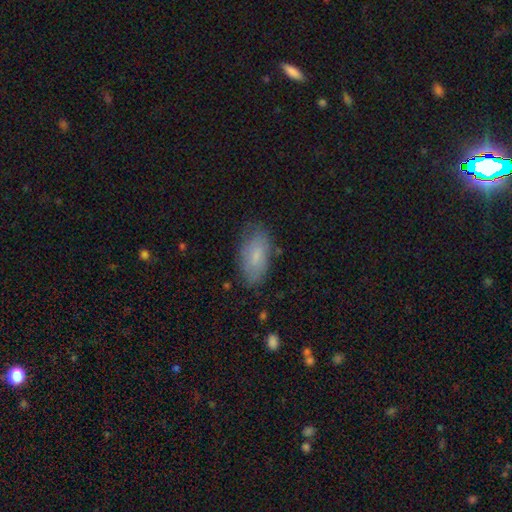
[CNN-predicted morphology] Smooth or featured?
  - smooth: 74% *
  - featured or disk: 19%
  - star or artifact: 7%
How rounded?
  - in between: 92% *
  - cigar-shaped: 5%
  - round: 3%
Merging?
  - none: 74% *
  - minor disturbance: 20%
  - major disturbance: 5%
  - merger: 2%